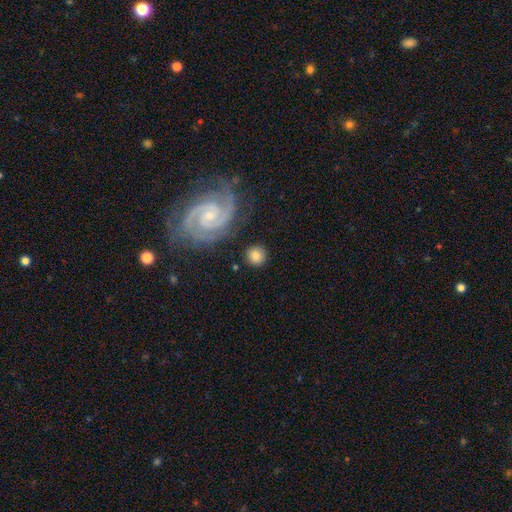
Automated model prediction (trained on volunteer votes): smooth-or-featured: smooth: 69% | featured or disk: 22% | star or artifact: 8%
  how-rounded: round: 91% | in between: 8% | cigar-shaped: 1%
  merging: none: 84% | minor disturbance: 8% | merger: 4% | major disturbance: 3%